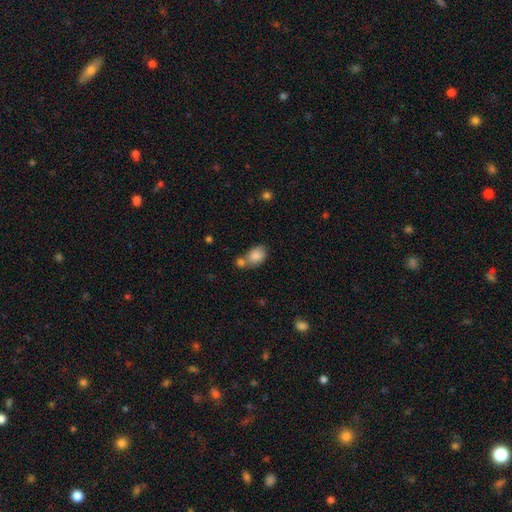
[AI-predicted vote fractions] Smooth or featured? Predicted: smooth (p=0.84). How rounded? Predicted: in between (p=0.76). Merging? Predicted: none (p=0.42).